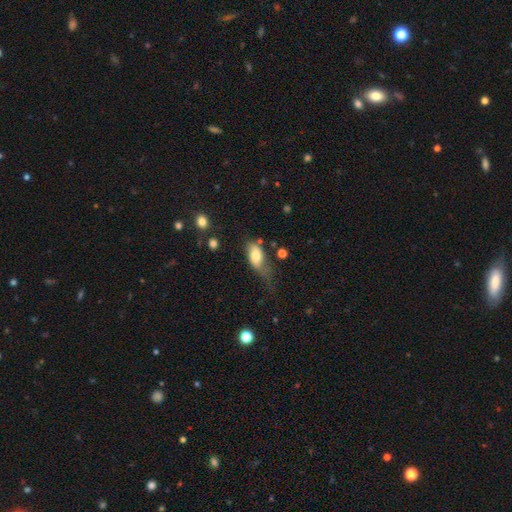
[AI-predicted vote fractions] smooth 74%, featured or disk 19%, star or artifact 8%. Down the decision tree: how rounded — in between (87%); merging — minor disturbance (34%).